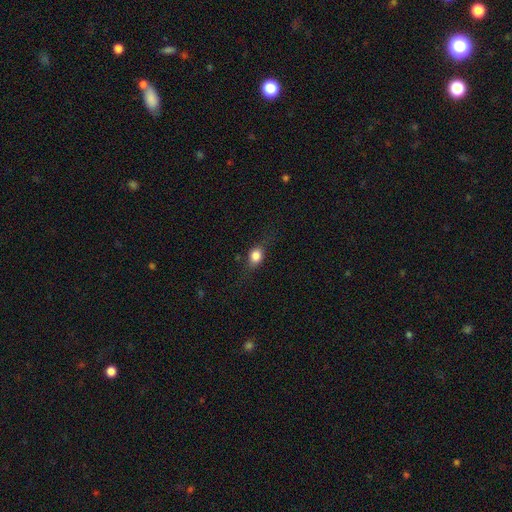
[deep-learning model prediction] Q: Smooth or featured?
A: smooth (76%); runner-up: featured or disk (14%)
Q: How rounded?
A: in between (52%); runner-up: round (43%)
Q: Merging?
A: none (70%); runner-up: minor disturbance (21%)